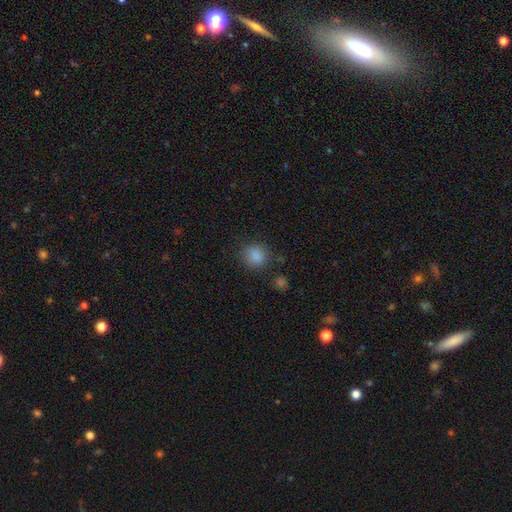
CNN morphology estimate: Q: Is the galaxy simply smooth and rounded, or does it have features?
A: smooth — 85%.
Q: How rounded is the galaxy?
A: round — 79%.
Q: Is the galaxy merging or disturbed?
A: none — 81%.